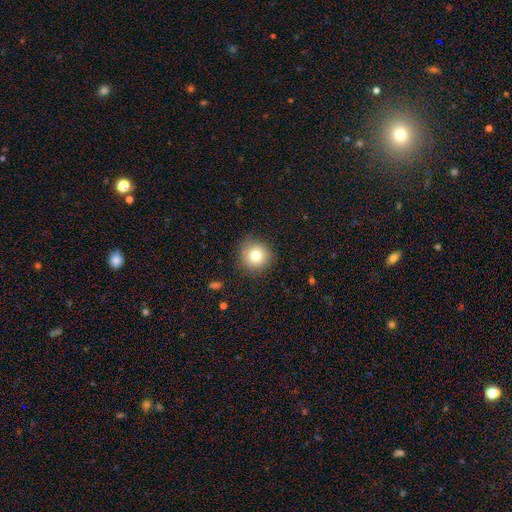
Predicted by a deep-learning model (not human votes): This is likely a smooth galaxy (78%). How rounded: clearly round (93%). Merging: clearly none (82%).